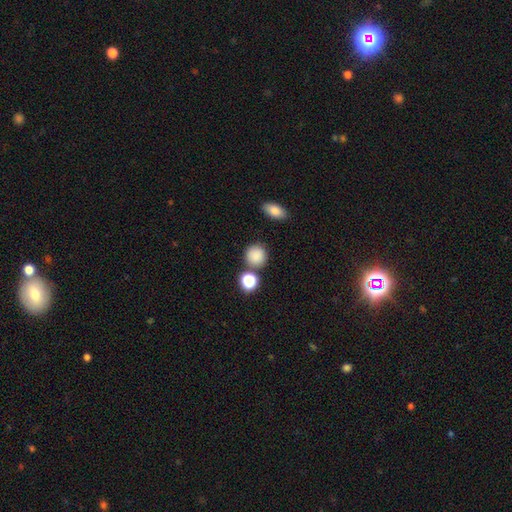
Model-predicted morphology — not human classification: A smooth galaxy with no disk features (84%) that is round (89%).

Vote fractions:
- Smooth or featured? smooth: 84% / star or artifact: 11% / featured or disk: 5%
- How rounded? round: 89% / in between: 10% / cigar-shaped: 1%
- Merging? none: 77% / merger: 10% / minor disturbance: 9% / major disturbance: 3%